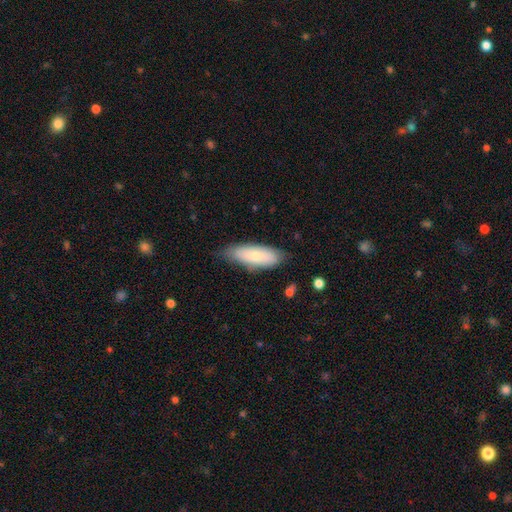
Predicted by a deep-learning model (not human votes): Smooth or featured?
  - smooth: 72% *
  - featured or disk: 21%
  - star or artifact: 6%
How rounded?
  - in between: 69% *
  - cigar-shaped: 29%
  - round: 2%
Merging?
  - none: 71% *
  - minor disturbance: 23%
  - major disturbance: 4%
  - merger: 2%